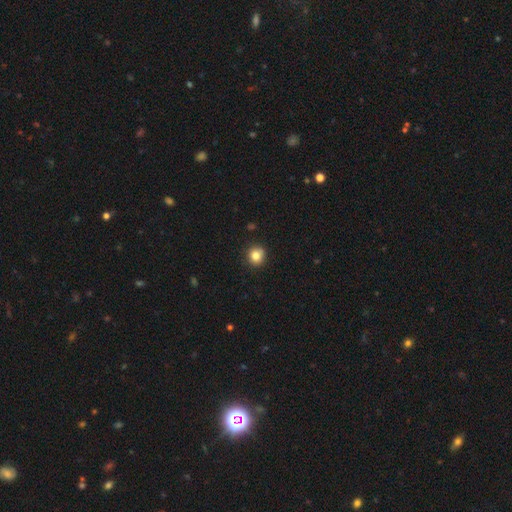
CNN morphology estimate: Smooth or featured? Predicted: smooth (p=0.83). How rounded? Predicted: round (p=0.88). Merging? Predicted: none (p=0.87).